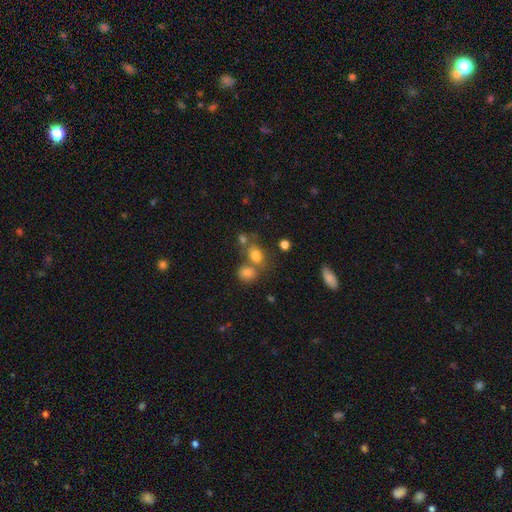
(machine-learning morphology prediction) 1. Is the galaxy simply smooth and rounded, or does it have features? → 77% smooth, 13% star or artifact, 10% featured or disk.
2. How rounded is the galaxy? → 61% in between, 37% round, 2% cigar-shaped.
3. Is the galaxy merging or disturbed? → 48% none, 34% merger, 12% minor disturbance, 6% major disturbance.